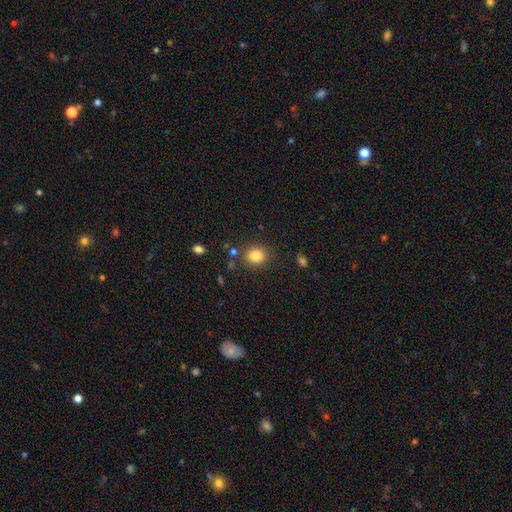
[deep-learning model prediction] Morphology: type=smooth (83%); roundness=round (70%); merging=none (84%).